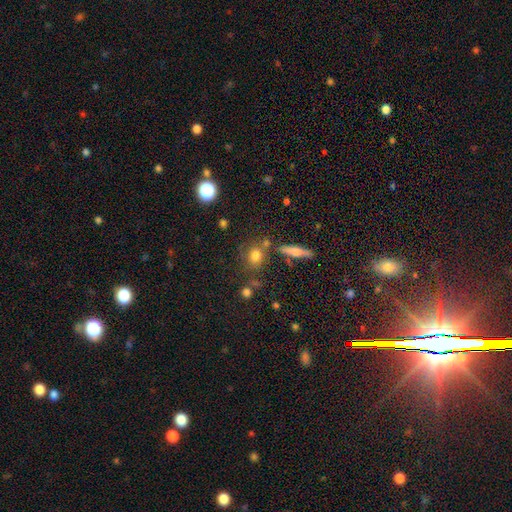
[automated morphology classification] This appears to be a smooth galaxy with no disk features (74%) that is round (65%). Merging: none (67%).